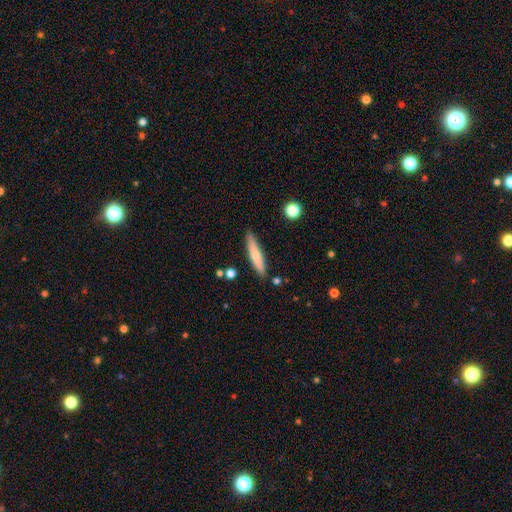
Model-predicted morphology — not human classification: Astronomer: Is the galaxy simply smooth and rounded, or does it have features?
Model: smooth — 69%.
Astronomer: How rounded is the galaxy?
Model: cigar-shaped — 89%.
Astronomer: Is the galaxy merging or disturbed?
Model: none — 83%.